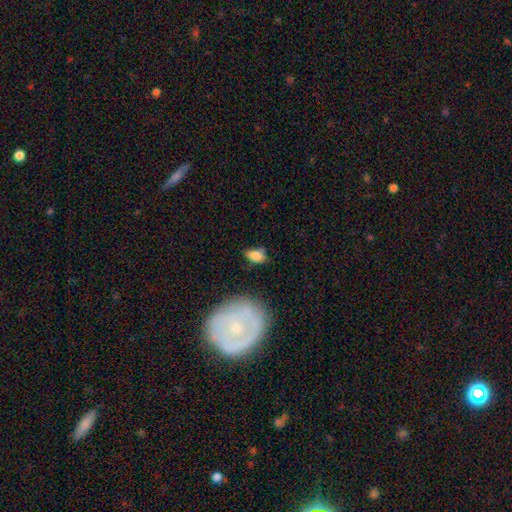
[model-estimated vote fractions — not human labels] Smooth or featured? smooth (77%)
How rounded? in between (86%)
Merging? none (59%)